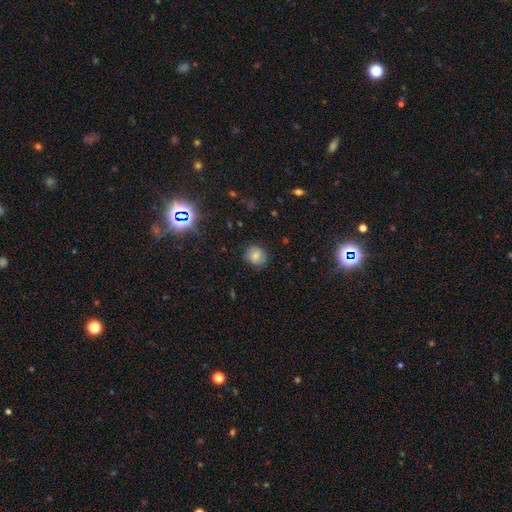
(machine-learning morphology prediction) smooth_or_featured: smooth (p=0.72) [alt: featured or disk p=0.14]
how_rounded: round (p=0.81) [alt: in between p=0.18]
merging: none (p=0.82) [alt: minor disturbance p=0.14]